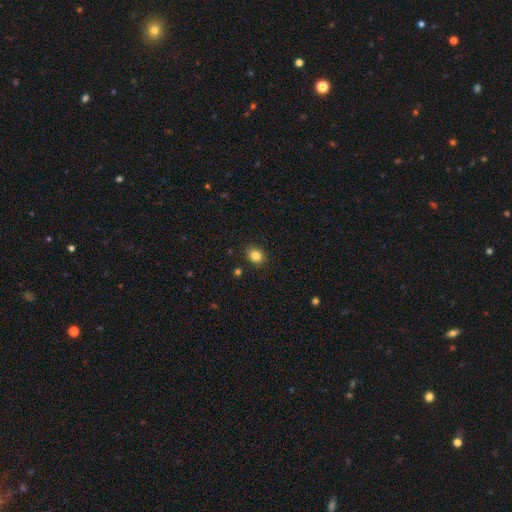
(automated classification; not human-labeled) Morphology: type=smooth (84%); roundness=round (58%); merging=none (89%).